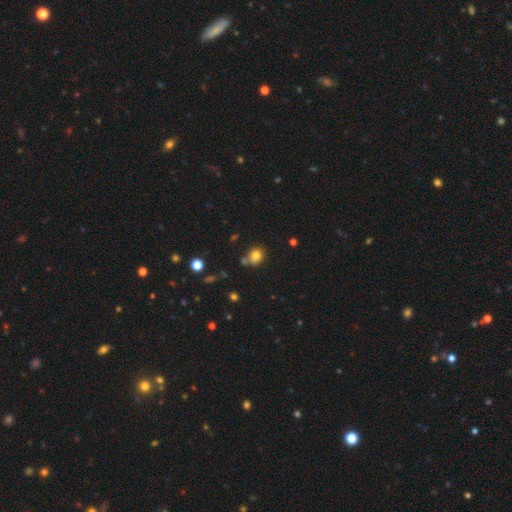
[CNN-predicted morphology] type=smooth (80%); roundness=round (71%); merging=none (69%).